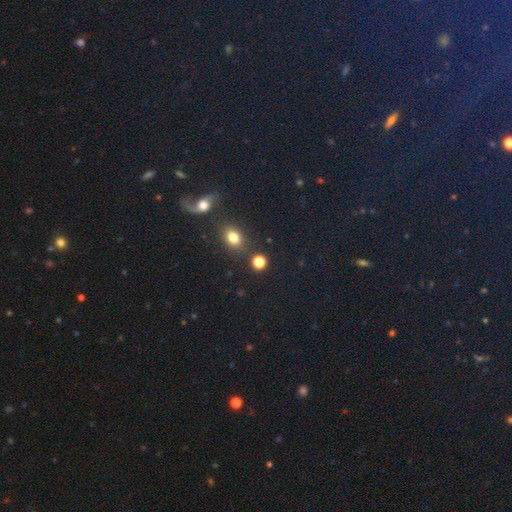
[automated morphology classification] Smooth or featured?
  - star or artifact: 72% *
  - smooth: 19%
  - featured or disk: 9%